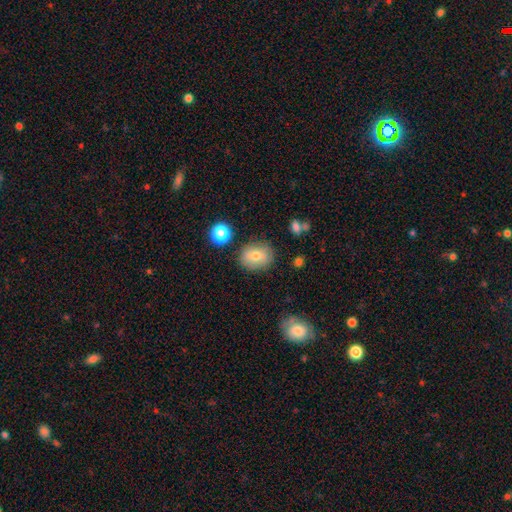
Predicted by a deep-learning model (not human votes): The model was most divided on "how rounded": round: 50%, in between: 49%, cigar-shaped: 1%. More confident: merging — none (82%); smooth or featured — smooth (73%).